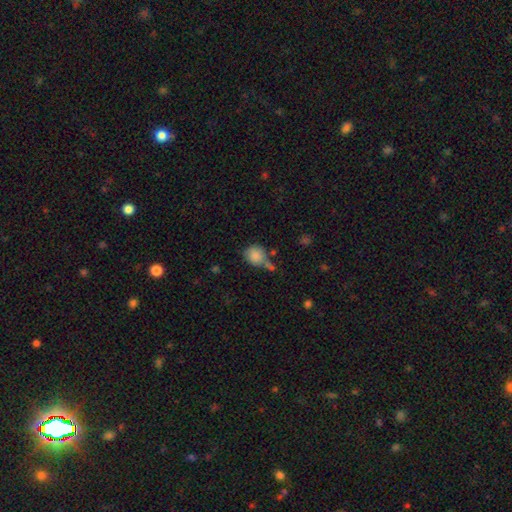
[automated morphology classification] smooth-or-featured: smooth: 85% | star or artifact: 9% | featured or disk: 6%
  how-rounded: round: 77% | in between: 22% | cigar-shaped: 1%
  merging: none: 50% | merger: 22% | minor disturbance: 20% | major disturbance: 8%